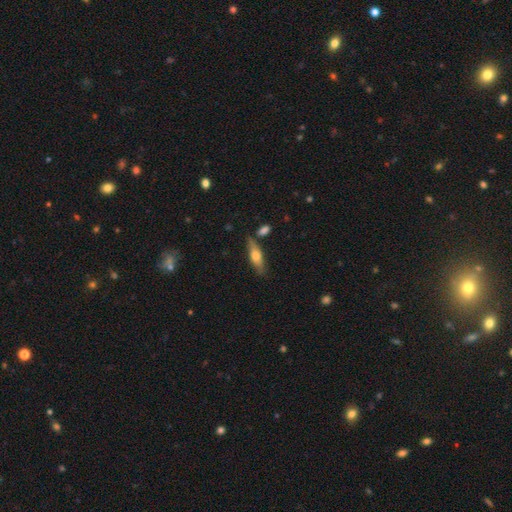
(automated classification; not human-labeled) Smooth or featured? smooth (51%)
How rounded? cigar-shaped (57%)
Merging? none (77%)